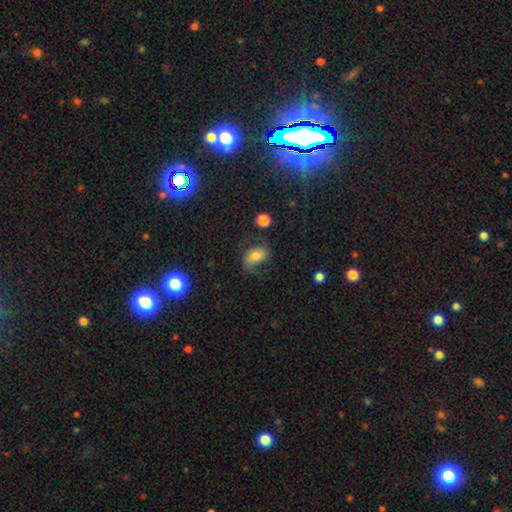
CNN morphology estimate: This appears to be a smooth galaxy with no disk features (61%) that is in between round and cigar-shaped (83%). Merging: none (60%).